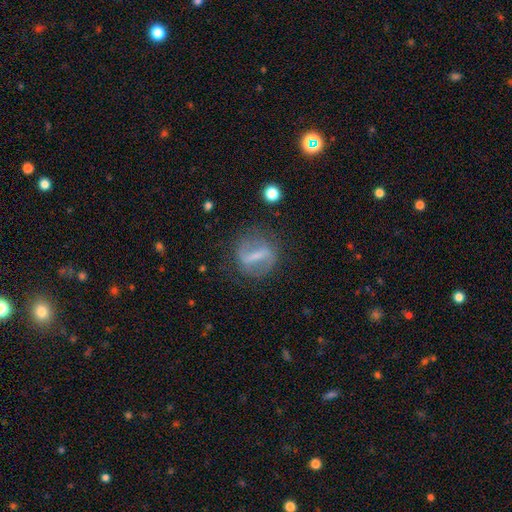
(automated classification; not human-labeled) Morphology: type=featured or disk (69%); edge-on=no (89%); bar=strong (74%); spiral arms=yes (53%); bulge=none (42%); merging=none (76%).